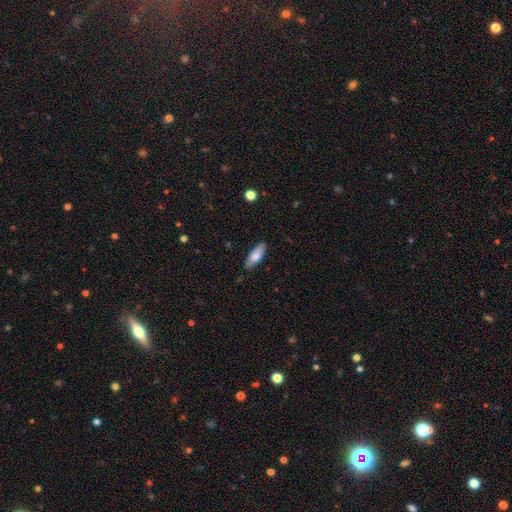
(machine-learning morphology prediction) Smooth or featured? Predicted: smooth (p=0.74). How rounded? Predicted: in between (p=0.61). Merging? Predicted: none (p=0.85).